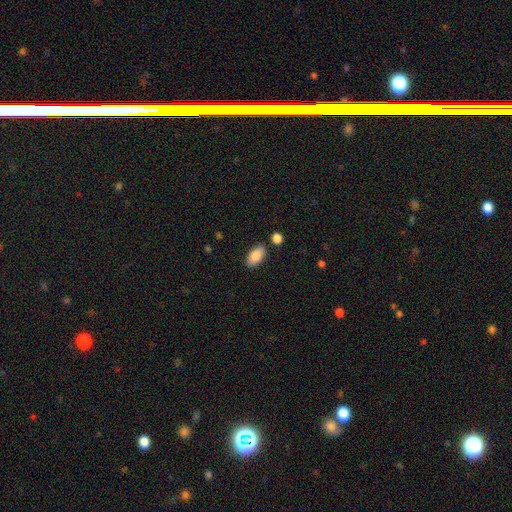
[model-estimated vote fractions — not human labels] smooth_or_featured: smooth (p=0.88) [alt: star or artifact p=0.07]
how_rounded: in between (p=0.94) [alt: cigar-shaped p=0.03]
merging: none (p=0.82) [alt: minor disturbance p=0.10]